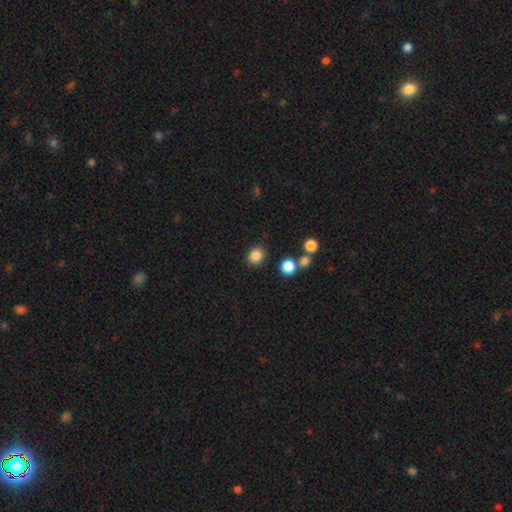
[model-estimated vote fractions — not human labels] Smooth or featured? smooth (85%)
How rounded? round (72%)
Merging? none (86%)